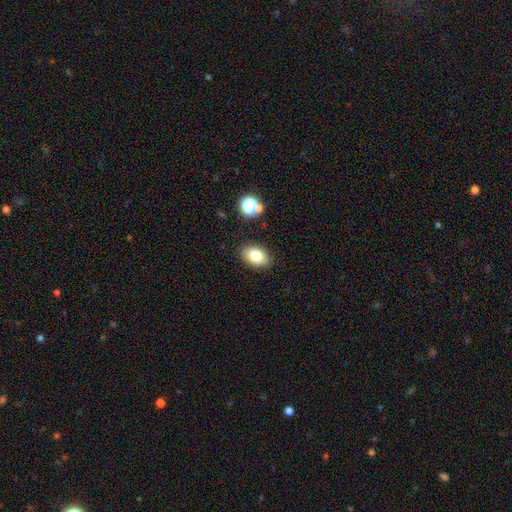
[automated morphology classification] Overall: smooth (80%). How rounded: in between (89%). Merging: none (87%).